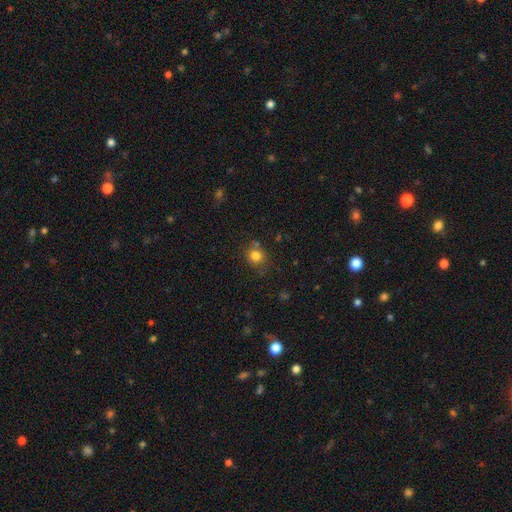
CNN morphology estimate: Q: Smooth or featured?
A: smooth (80%); runner-up: star or artifact (13%)
Q: How rounded?
A: round (85%); runner-up: in between (14%)
Q: Merging?
A: none (72%); runner-up: minor disturbance (14%)